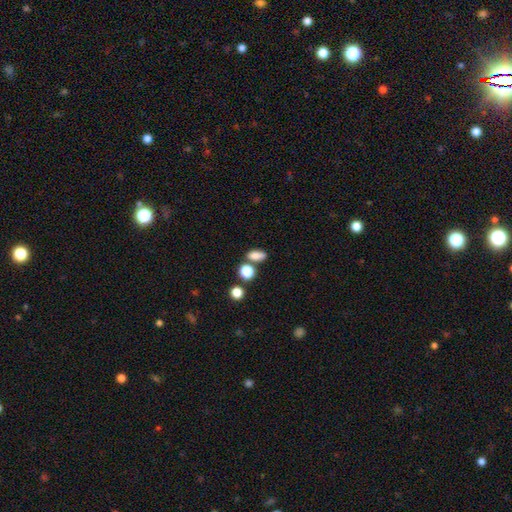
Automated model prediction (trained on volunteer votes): The model was most divided on "merging": none: 65%, merger: 18%, minor disturbance: 13%, major disturbance: 4%. More confident: smooth or featured — smooth (81%); how rounded — in between (78%).